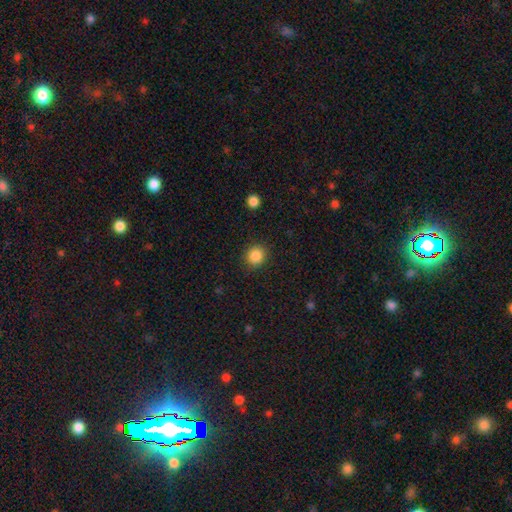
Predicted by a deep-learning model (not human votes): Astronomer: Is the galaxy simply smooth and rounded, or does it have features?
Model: smooth — 87%.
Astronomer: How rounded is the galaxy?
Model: round — 81%.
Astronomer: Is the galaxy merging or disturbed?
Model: none — 88%.